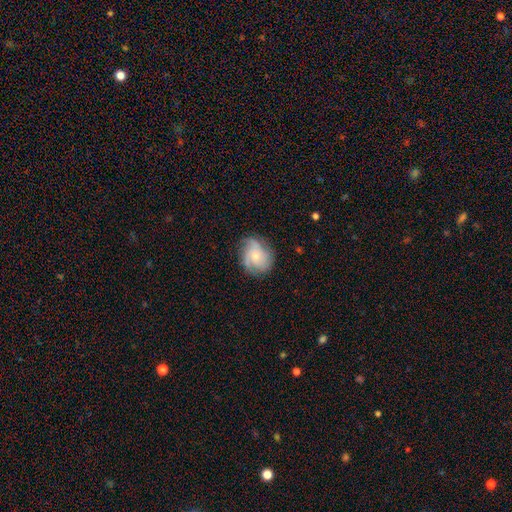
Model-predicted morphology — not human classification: smooth_or_featured: featured or disk (p=0.62) [alt: smooth p=0.30]
disk_edge_on: no (p=0.97) [alt: yes p=0.03]
bar: no (p=0.79) [alt: weak p=0.19]
has_spiral_arms: yes (p=0.92) [alt: no p=0.08]
spiral_winding: tight (p=0.43) [alt: medium p=0.41]
spiral_arm_count: 3 (p=0.40) [alt: can't tell p=0.22]
bulge_size: small (p=0.58) [alt: moderate p=0.36]
merging: none (p=0.72) [alt: minor disturbance p=0.20]